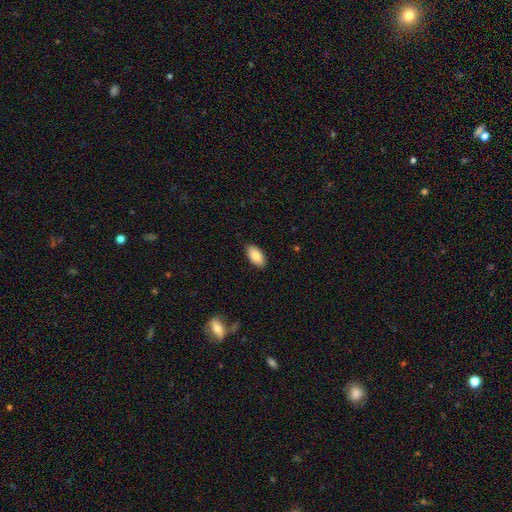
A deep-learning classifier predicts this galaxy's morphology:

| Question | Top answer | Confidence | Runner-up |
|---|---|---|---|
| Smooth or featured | smooth | 86% | featured or disk (8%) |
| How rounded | in between | 94% | cigar-shaped (3%) |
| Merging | none | 85% | minor disturbance (12%) |